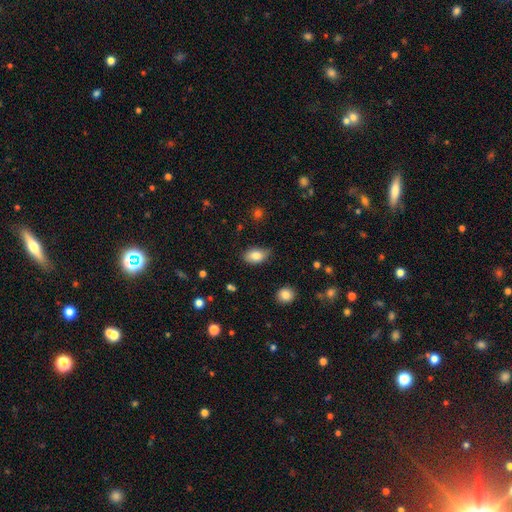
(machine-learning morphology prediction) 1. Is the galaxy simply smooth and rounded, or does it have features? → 83% smooth, 9% featured or disk, 8% star or artifact.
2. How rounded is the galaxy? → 91% in between, 8% round, 2% cigar-shaped.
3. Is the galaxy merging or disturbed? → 73% none, 21% minor disturbance, 4% major disturbance, 2% merger.